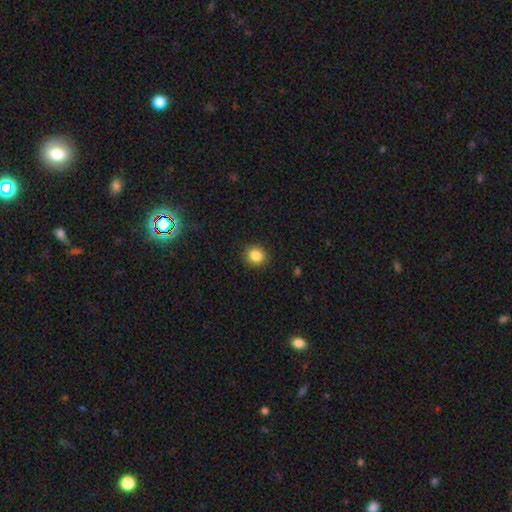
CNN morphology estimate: Smooth or featured: smooth — 85% (star or artifact — 10%)
How rounded: round — 86% (in between — 14%)
Merging: none — 91% (minor disturbance — 6%)